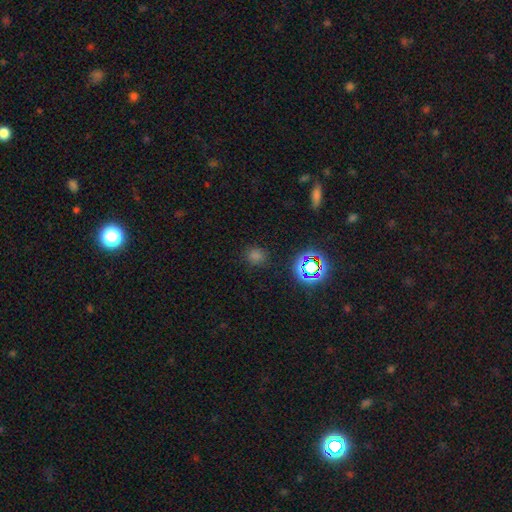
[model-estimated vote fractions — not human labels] Q: Smooth or featured?
A: smooth (63%); runner-up: star or artifact (32%)
Q: How rounded?
A: round (84%); runner-up: in between (14%)
Q: Merging?
A: none (86%); runner-up: minor disturbance (9%)